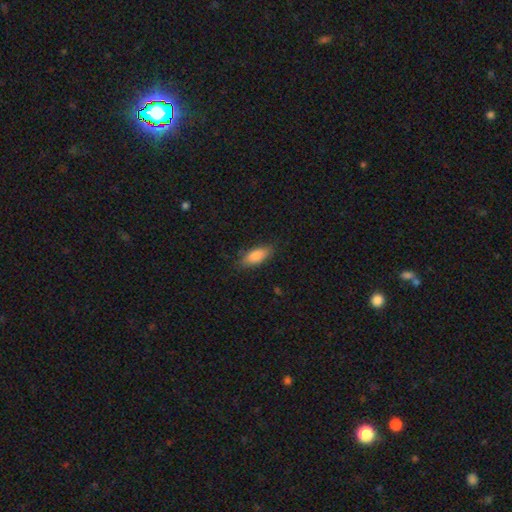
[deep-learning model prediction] This appears to be a smooth galaxy with no disk features (84%) that is in between round and cigar-shaped (79%). Merging: none (80%).